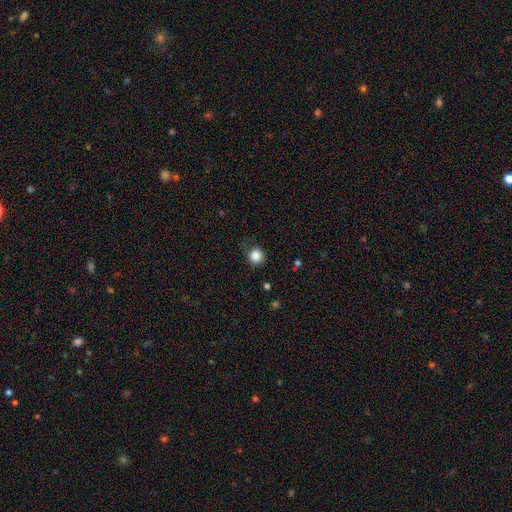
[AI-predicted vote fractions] Smooth or featured? smooth (85%)
How rounded? round (88%)
Merging? none (72%)